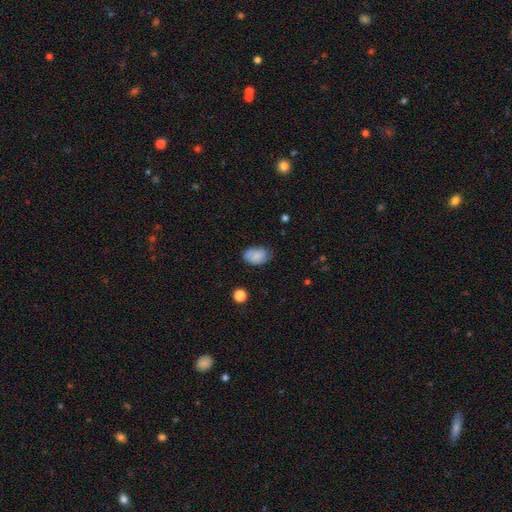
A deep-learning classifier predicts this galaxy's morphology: smooth-or-featured: smooth: 79% | featured or disk: 13% | star or artifact: 8%
  how-rounded: in between: 88% | round: 11% | cigar-shaped: 1%
  merging: none: 66% | minor disturbance: 27% | major disturbance: 6% | merger: 2%